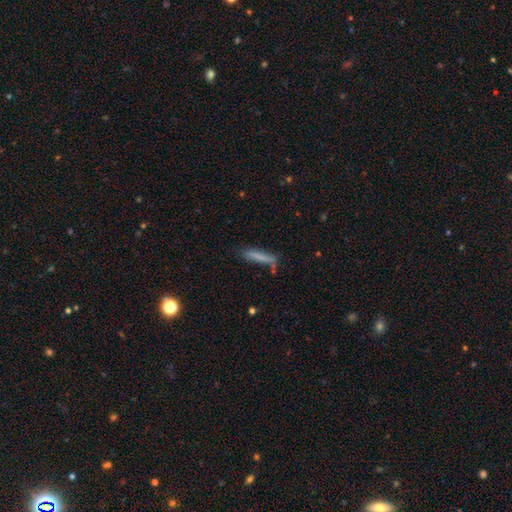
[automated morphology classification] Q: Smooth or featured?
A: smooth (69%); runner-up: featured or disk (20%)
Q: How rounded?
A: cigar-shaped (87%); runner-up: in between (11%)
Q: Merging?
A: none (65%); runner-up: minor disturbance (22%)